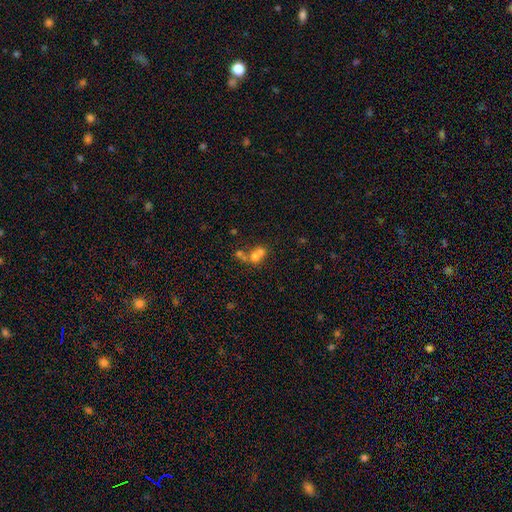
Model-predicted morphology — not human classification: This appears to be a smooth galaxy with no disk features (59%) that is round (71%). Merging: merger (63%).